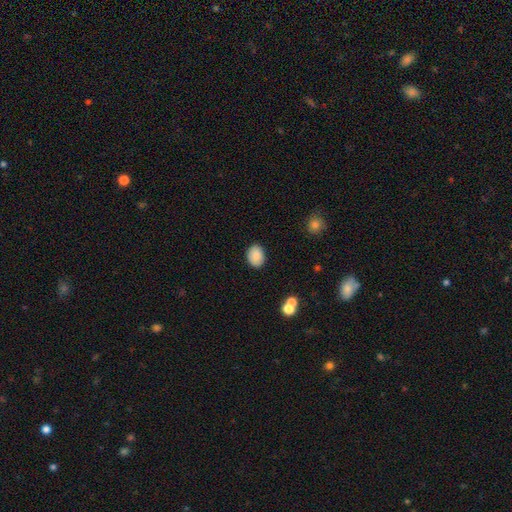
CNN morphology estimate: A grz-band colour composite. It shows a smooth galaxy with no disk features (87%) that is in between round and cigar-shaped (68%). Merging: none (87%).